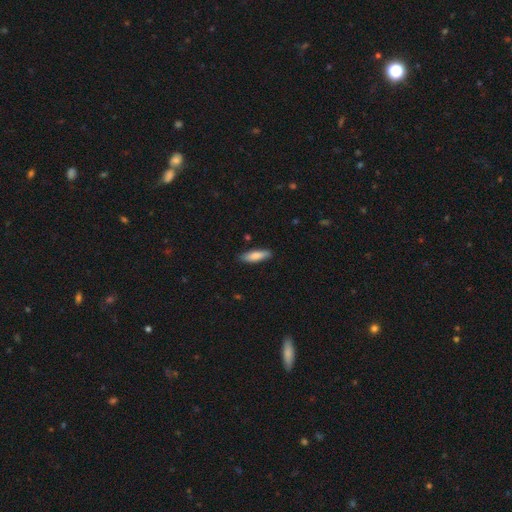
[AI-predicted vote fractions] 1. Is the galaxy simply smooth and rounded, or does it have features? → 81% smooth, 13% featured or disk, 6% star or artifact.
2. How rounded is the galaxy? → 56% cigar-shaped, 42% in between, 2% round.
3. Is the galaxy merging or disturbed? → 86% none, 11% minor disturbance, 2% major disturbance, 1% merger.